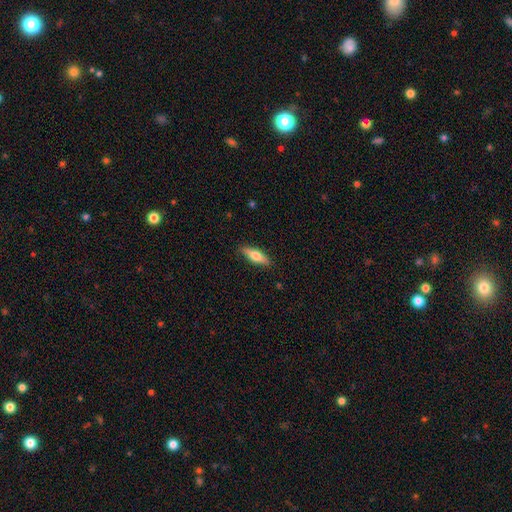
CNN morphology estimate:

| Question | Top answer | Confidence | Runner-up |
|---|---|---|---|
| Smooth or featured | smooth | 58% | featured or disk (36%) |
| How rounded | cigar-shaped | 53% | in between (45%) |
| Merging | none | 87% | minor disturbance (10%) |